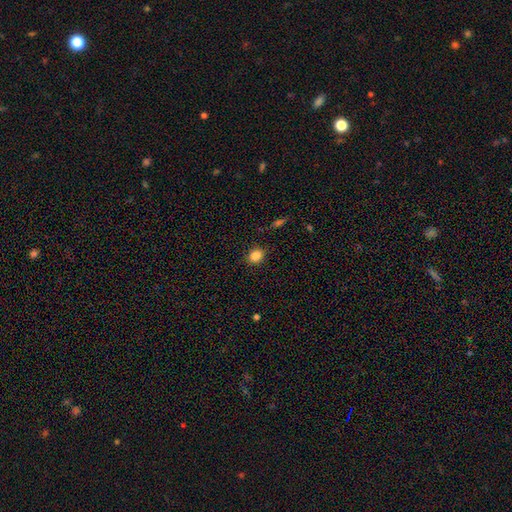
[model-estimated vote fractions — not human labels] Smooth or featured? smooth (85%)
How rounded? round (60%)
Merging? none (88%)